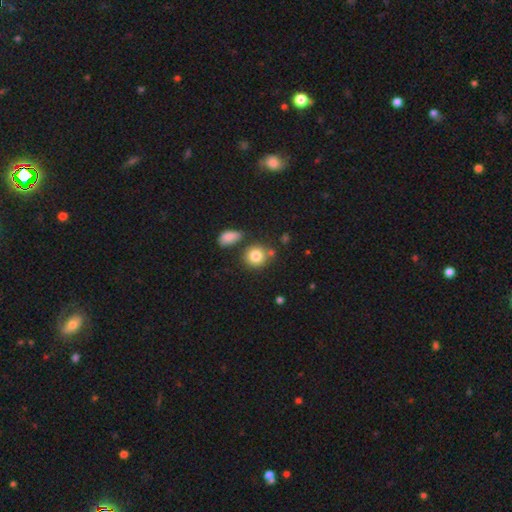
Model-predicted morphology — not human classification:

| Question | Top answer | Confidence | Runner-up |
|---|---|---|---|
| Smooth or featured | smooth | 82% | star or artifact (9%) |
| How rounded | round | 84% | in between (15%) |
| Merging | none | 68% | merger (15%) |